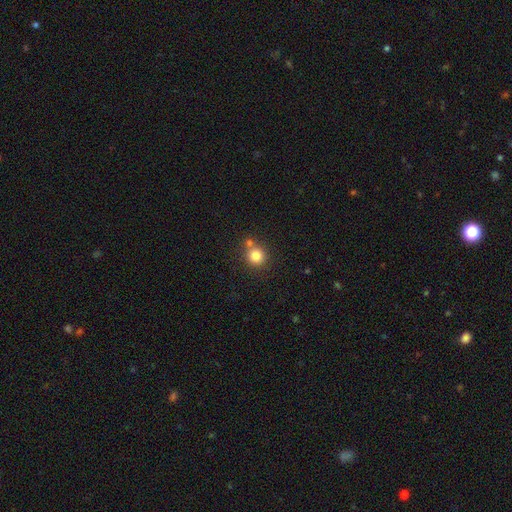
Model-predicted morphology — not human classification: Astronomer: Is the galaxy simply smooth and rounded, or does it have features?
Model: smooth — 81%.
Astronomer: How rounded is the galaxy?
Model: round — 90%.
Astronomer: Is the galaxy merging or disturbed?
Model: none — 63%.